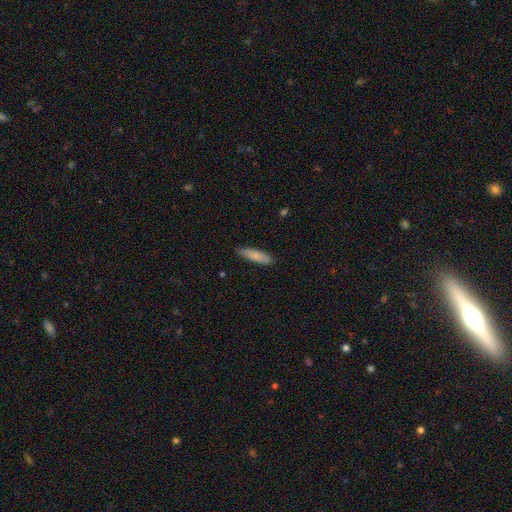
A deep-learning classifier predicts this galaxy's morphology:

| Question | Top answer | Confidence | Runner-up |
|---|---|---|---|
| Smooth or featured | smooth | 83% | featured or disk (11%) |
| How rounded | cigar-shaped | 61% | in between (38%) |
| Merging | none | 83% | minor disturbance (13%) |